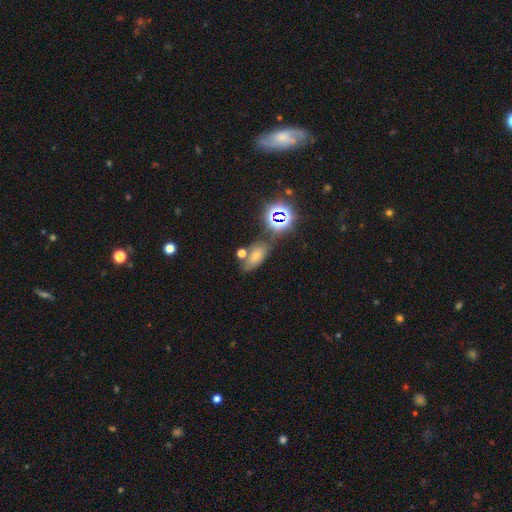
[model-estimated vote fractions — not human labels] Q: Smooth or featured?
A: star or artifact (42%); runner-up: smooth (41%)